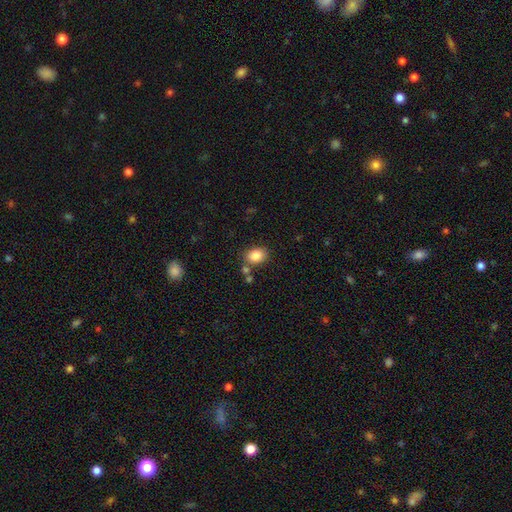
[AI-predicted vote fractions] Morphology: type=smooth (85%); roundness=in between (64%); merging=none (75%).